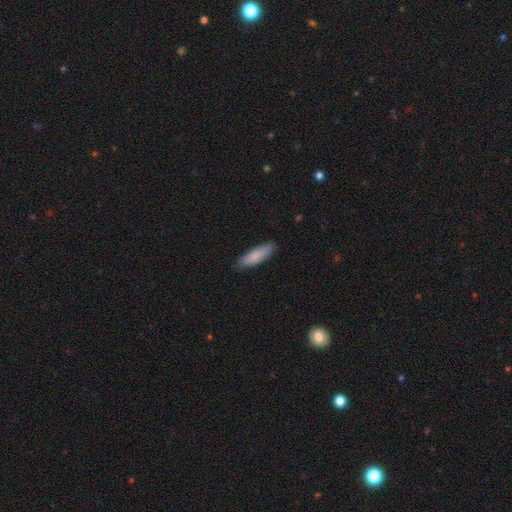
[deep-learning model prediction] A smooth galaxy with no disk features (84%) that is cigar-shaped (54%).

Vote fractions:
- Smooth or featured? smooth: 84% / featured or disk: 11% / star or artifact: 6%
- How rounded? cigar-shaped: 54% / in between: 44% / round: 2%
- Merging? none: 84% / minor disturbance: 13% / major disturbance: 2% / merger: 1%